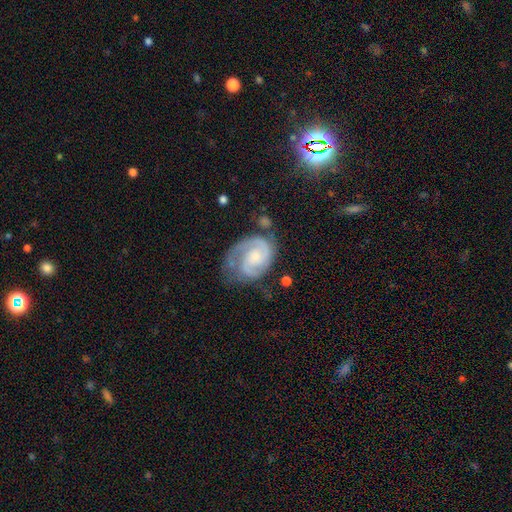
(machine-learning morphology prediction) Q: Smooth or featured?
A: featured or disk (87%); runner-up: smooth (8%)
Q: Edge-on disk?
A: no (98%); runner-up: yes (2%)
Q: Bar?
A: no (62%); runner-up: weak (32%)
Q: Spiral arms?
A: yes (97%); runner-up: no (3%)
Q: Spiral winding?
A: tight (51%); runner-up: medium (41%)
Q: Spiral arm count?
A: 2 (77%); runner-up: 1 (9%)
Q: Bulge size?
A: small (51%); runner-up: moderate (34%)
Q: Merging?
A: none (57%); runner-up: minor disturbance (25%)